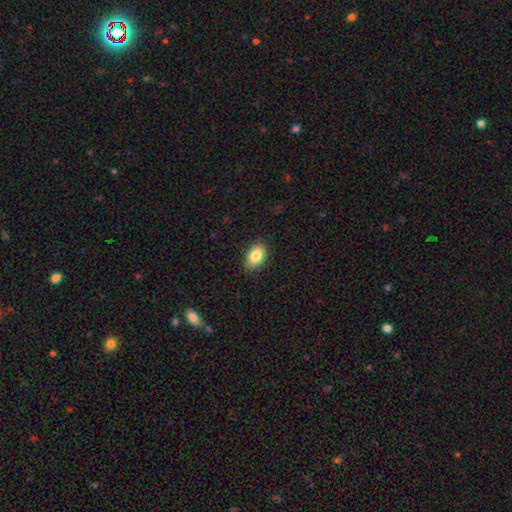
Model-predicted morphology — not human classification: Q: Smooth or featured?
A: smooth (84%); runner-up: featured or disk (8%)
Q: How rounded?
A: in between (89%); runner-up: round (9%)
Q: Merging?
A: none (88%); runner-up: minor disturbance (9%)